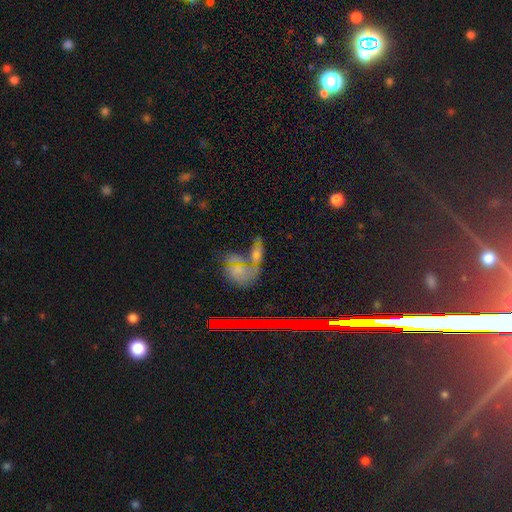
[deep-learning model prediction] The model was most divided on "smooth or featured": smooth: 37%, star or artifact: 32%, featured or disk: 31%. Remaining: merging — none (42%).